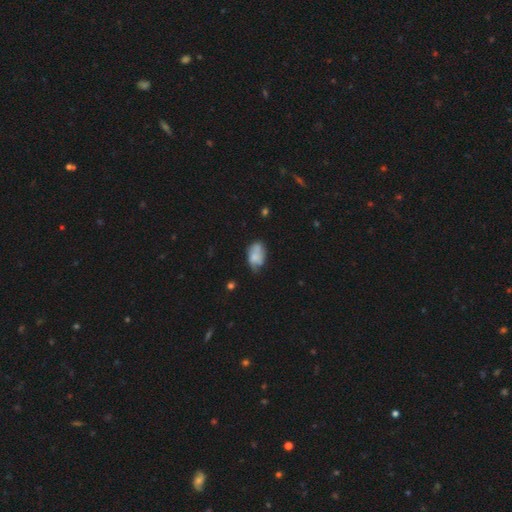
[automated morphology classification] smooth-or-featured: smooth: 66% | featured or disk: 26% | star or artifact: 8%
  how-rounded: in between: 90% | round: 8% | cigar-shaped: 2%
  merging: none: 44% | minor disturbance: 36% | major disturbance: 13% | merger: 7%